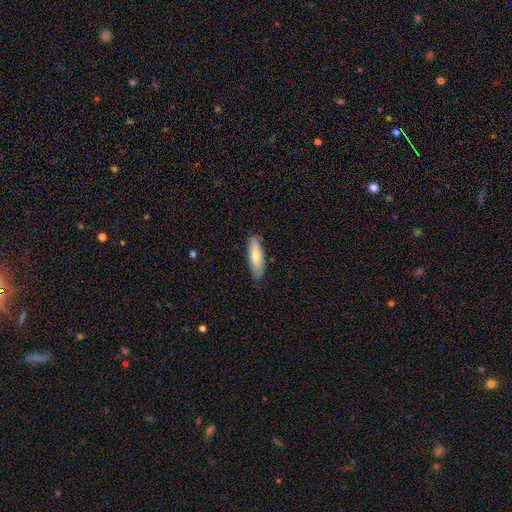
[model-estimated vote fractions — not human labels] smooth 70%, featured or disk 24%, star or artifact 6%. Down the decision tree: how rounded — cigar-shaped (52%); merging — none (84%).